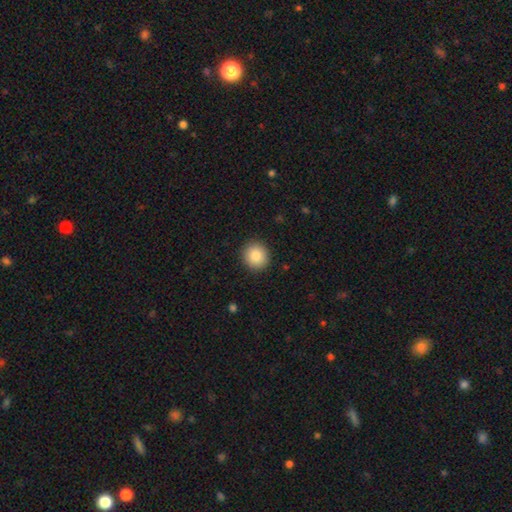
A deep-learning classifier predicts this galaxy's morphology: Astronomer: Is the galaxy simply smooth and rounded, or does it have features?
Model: smooth — 85%.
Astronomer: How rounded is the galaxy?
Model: round — 92%.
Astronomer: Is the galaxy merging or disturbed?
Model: none — 92%.